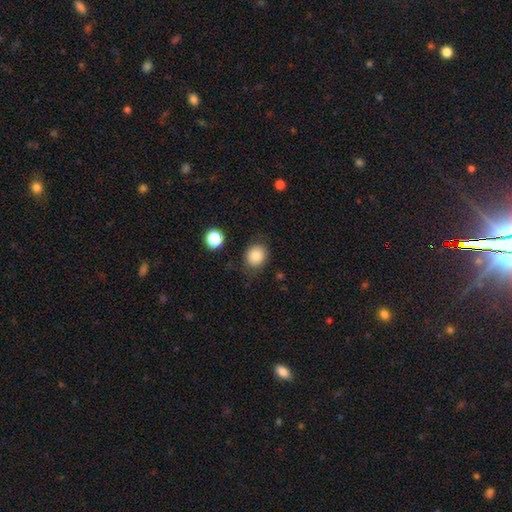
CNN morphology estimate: Smooth or featured? smooth (83%)
How rounded? round (72%)
Merging? none (81%)